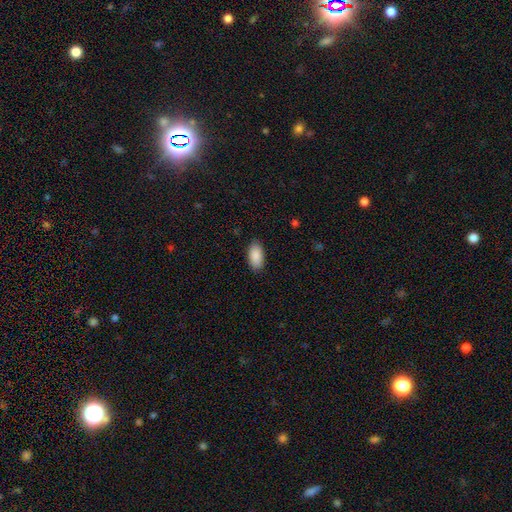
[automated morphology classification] smooth-or-featured: smooth: 89% | star or artifact: 6% | featured or disk: 5%
  how-rounded: in between: 95% | cigar-shaped: 3% | round: 2%
  merging: none: 88% | minor disturbance: 9% | major disturbance: 2% | merger: 1%